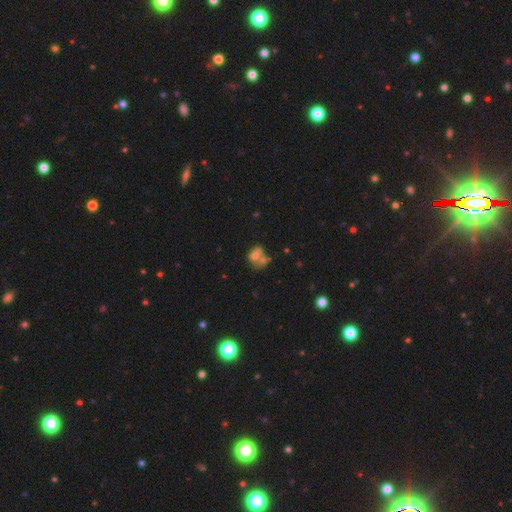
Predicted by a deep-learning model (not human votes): The model was most divided on "how rounded": in between: 54%, round: 44%, cigar-shaped: 1%. More confident: smooth or featured — smooth (61%); merging — merger (56%).